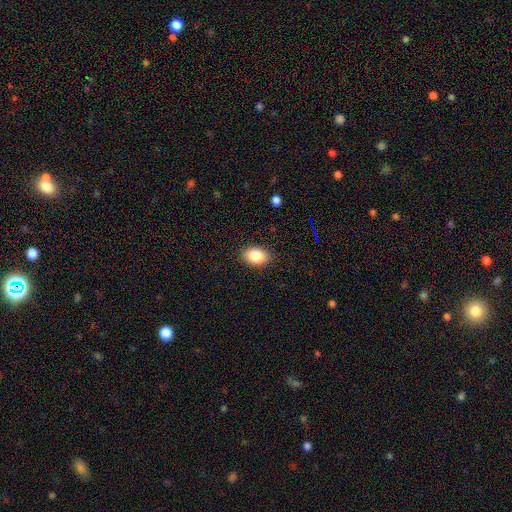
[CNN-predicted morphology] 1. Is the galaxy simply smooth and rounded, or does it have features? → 85% smooth, 8% star or artifact, 7% featured or disk.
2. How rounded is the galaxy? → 83% in between, 16% round, 1% cigar-shaped.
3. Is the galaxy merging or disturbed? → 87% none, 10% minor disturbance, 2% major disturbance, 1% merger.